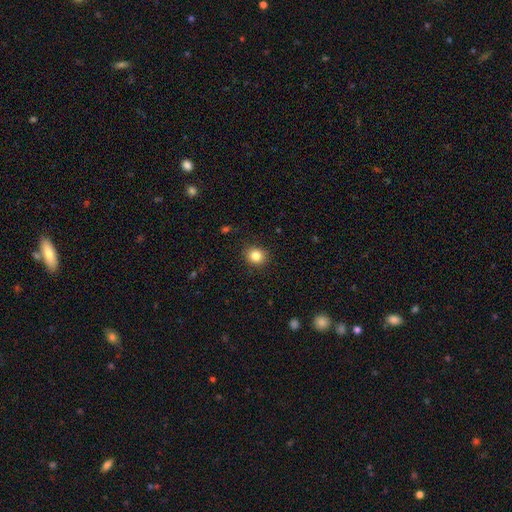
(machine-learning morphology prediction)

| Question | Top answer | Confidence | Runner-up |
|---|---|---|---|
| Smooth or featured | smooth | 84% | star or artifact (10%) |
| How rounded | round | 76% | in between (23%) |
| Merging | none | 89% | minor disturbance (8%) |